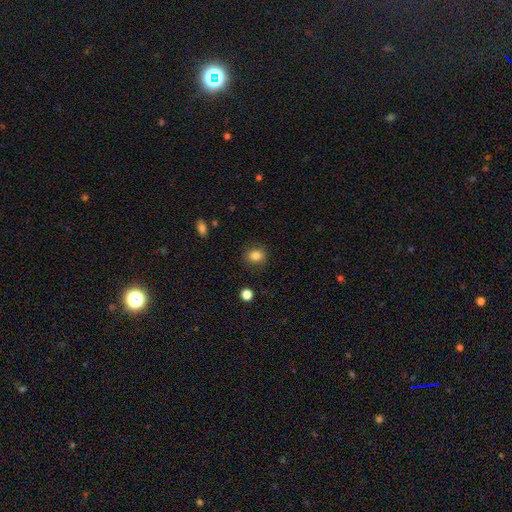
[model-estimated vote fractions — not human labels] Smooth or featured?
  - smooth: 84% *
  - star or artifact: 11%
  - featured or disk: 5%
How rounded?
  - round: 63% *
  - in between: 36%
  - cigar-shaped: 1%
Merging?
  - none: 87% *
  - minor disturbance: 9%
  - major disturbance: 3%
  - merger: 1%